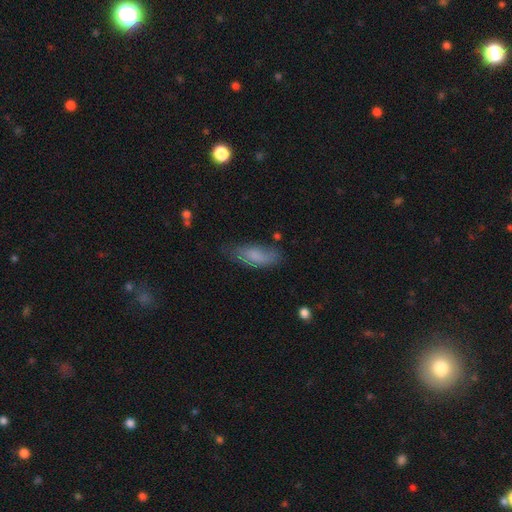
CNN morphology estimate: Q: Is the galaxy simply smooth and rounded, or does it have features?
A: smooth — 74%.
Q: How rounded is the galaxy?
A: in between — 73%.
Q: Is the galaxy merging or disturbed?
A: none — 64%.